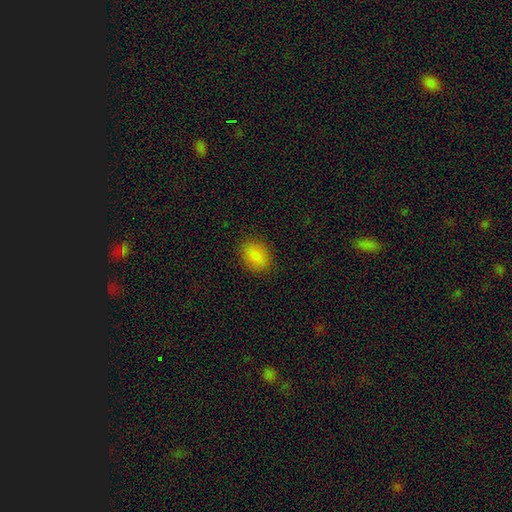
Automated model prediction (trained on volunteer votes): Smooth or featured?
  - smooth: 86% *
  - star or artifact: 10%
  - featured or disk: 4%
How rounded?
  - in between: 66% *
  - round: 33%
  - cigar-shaped: 1%
Merging?
  - none: 87% *
  - minor disturbance: 9%
  - major disturbance: 3%
  - merger: 1%